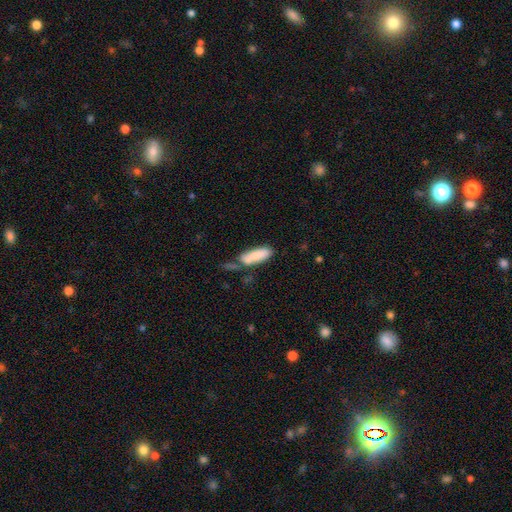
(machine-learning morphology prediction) The model was most divided on "how rounded": in between: 60%, cigar-shaped: 38%, round: 2%. Remaining: smooth or featured — smooth (80%); merging — none (49%).